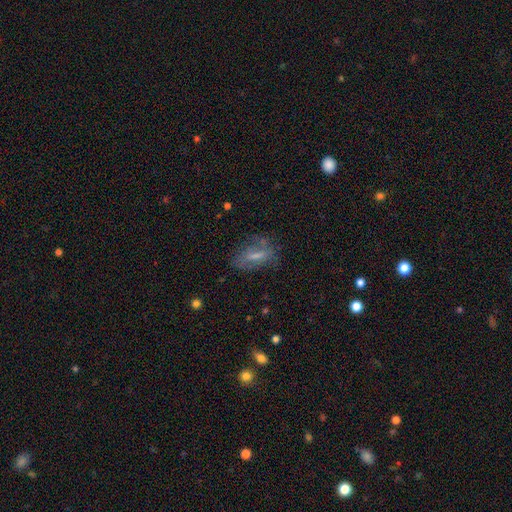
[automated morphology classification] Q: Smooth or featured?
A: smooth (50%); runner-up: featured or disk (38%)
Q: How rounded?
A: in between (67%); runner-up: cigar-shaped (27%)
Q: Merging?
A: none (62%); runner-up: minor disturbance (23%)